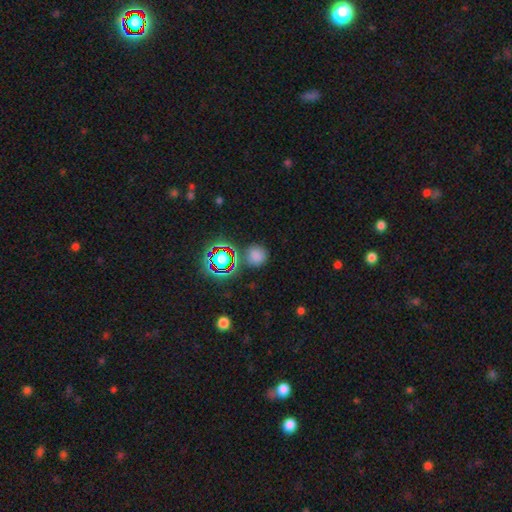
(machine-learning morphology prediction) Smooth or featured? smooth (68%)
How rounded? round (90%)
Merging? none (77%)